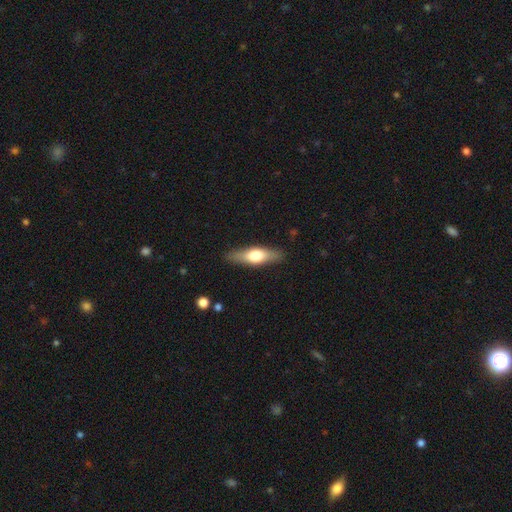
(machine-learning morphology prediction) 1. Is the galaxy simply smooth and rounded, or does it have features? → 50% smooth, 44% featured or disk, 6% star or artifact.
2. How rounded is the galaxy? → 58% cigar-shaped, 39% in between, 3% round.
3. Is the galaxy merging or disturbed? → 87% none, 9% minor disturbance, 2% major disturbance, 1% merger.